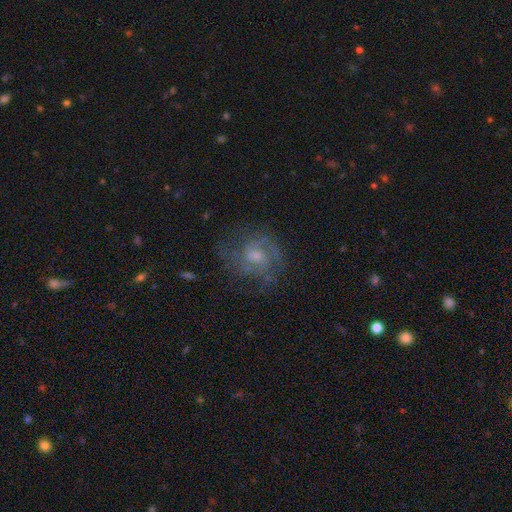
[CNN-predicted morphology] smooth_or_featured: featured or disk (p=0.77) [alt: smooth p=0.15]
disk_edge_on: no (p=0.98) [alt: yes p=0.02]
bar: no (p=0.49) [alt: weak p=0.45]
has_spiral_arms: yes (p=0.90) [alt: no p=0.10]
spiral_winding: medium (p=0.48) [alt: tight p=0.36]
spiral_arm_count: 2 (p=0.43) [alt: can't tell p=0.25]
bulge_size: small (p=0.43) [alt: moderate p=0.40]
merging: none (p=0.65) [alt: minor disturbance p=0.19]